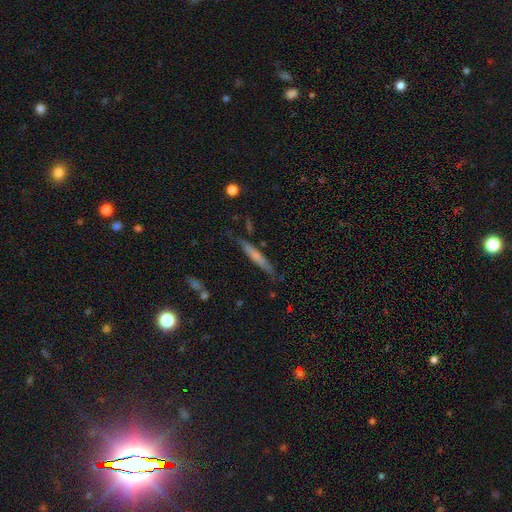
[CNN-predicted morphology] type=smooth (53%); roundness=cigar-shaped (93%); merging=none (78%).